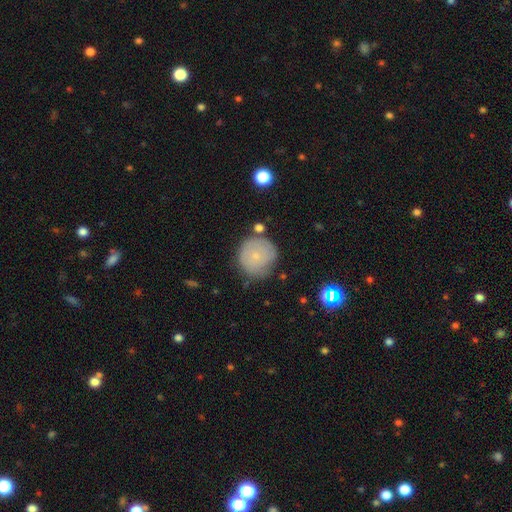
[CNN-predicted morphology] Overall: smooth (64%; featured or disk 28%). How rounded: round (90%). Merging: none (67%).